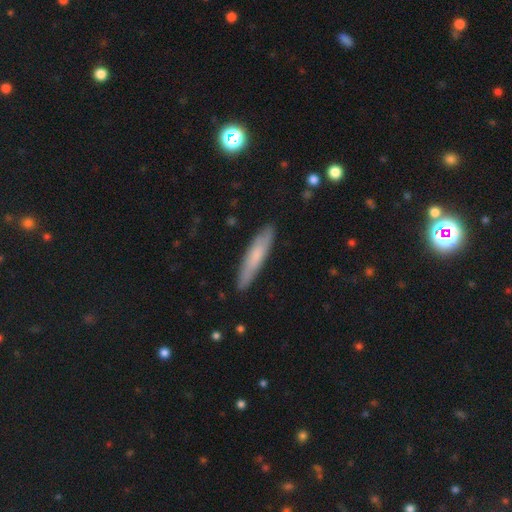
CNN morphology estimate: smooth-or-featured: smooth: 67% | featured or disk: 27% | star or artifact: 6%
  how-rounded: cigar-shaped: 88% | in between: 11% | round: 1%
  merging: none: 88% | minor disturbance: 9% | major disturbance: 2% | merger: 1%